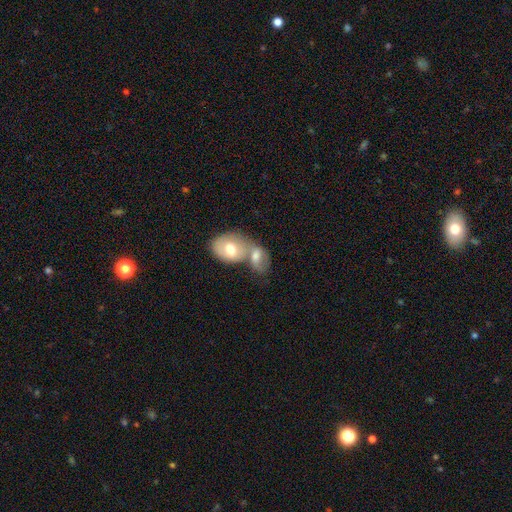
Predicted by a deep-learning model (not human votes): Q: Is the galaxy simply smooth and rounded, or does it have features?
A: smooth — 61%.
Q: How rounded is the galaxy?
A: in between — 78%.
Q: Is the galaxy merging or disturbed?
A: merger — 71%.